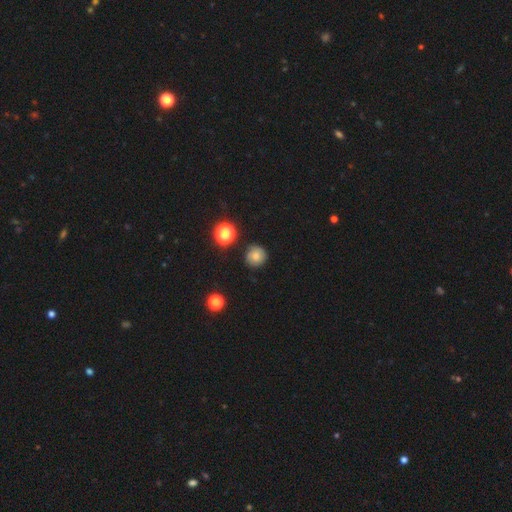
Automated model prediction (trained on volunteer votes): A smooth galaxy with no disk features (74%) that is round (92%). Merging: none (82%).